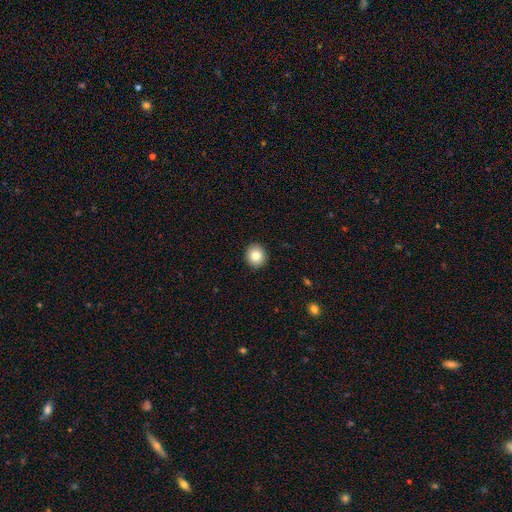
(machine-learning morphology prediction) Overall: smooth (82%). How rounded: round (84%). Merging: none (92%).